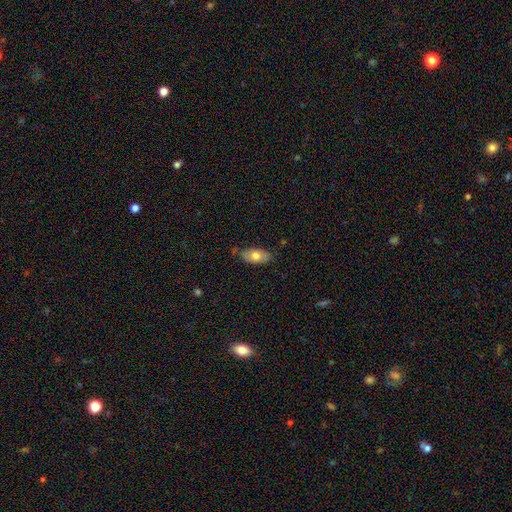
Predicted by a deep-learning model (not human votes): Q: Smooth or featured?
A: smooth (71%); runner-up: featured or disk (22%)
Q: How rounded?
A: in between (91%); runner-up: cigar-shaped (5%)
Q: Merging?
A: none (77%); runner-up: minor disturbance (18%)